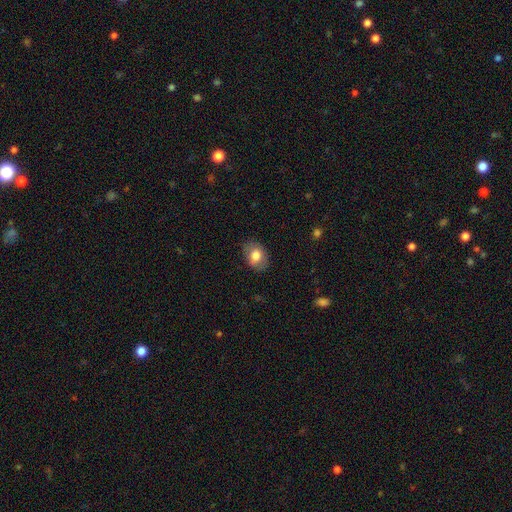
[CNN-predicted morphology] This appears to be a smooth galaxy with no disk features (76%) that is in between round and cigar-shaped (74%). Merging: none (80%).